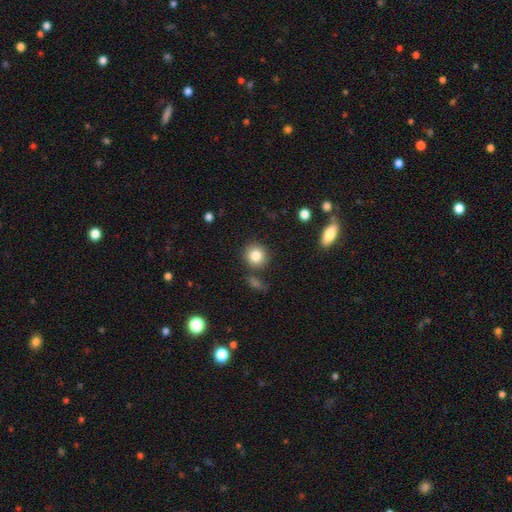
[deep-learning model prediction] This is clearly a smooth galaxy (84%). How rounded: clearly round (89%). Merging: clearly none (82%).